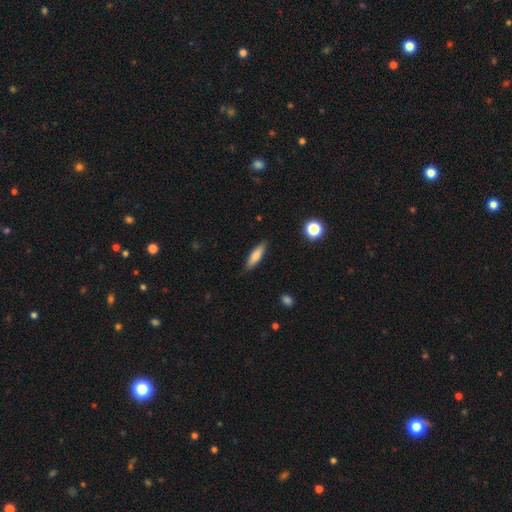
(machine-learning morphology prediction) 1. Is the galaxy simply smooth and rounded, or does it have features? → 72% smooth, 21% featured or disk, 7% star or artifact.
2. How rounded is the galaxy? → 64% cigar-shaped, 34% in between, 2% round.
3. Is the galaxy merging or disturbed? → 87% none, 10% minor disturbance, 2% major disturbance, 1% merger.